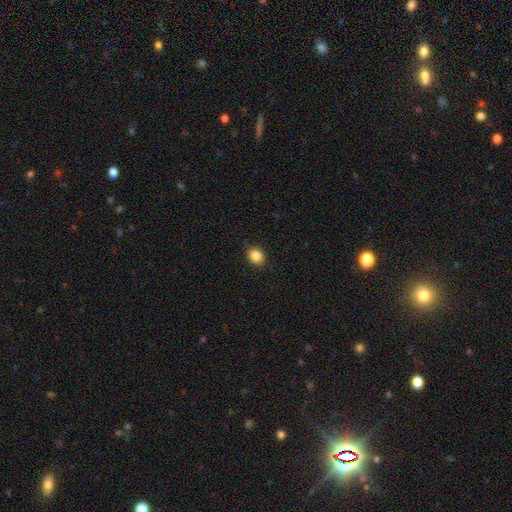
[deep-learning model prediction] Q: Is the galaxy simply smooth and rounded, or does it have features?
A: smooth — 85%.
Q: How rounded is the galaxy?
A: round — 60%.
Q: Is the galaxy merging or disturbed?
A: none — 87%.